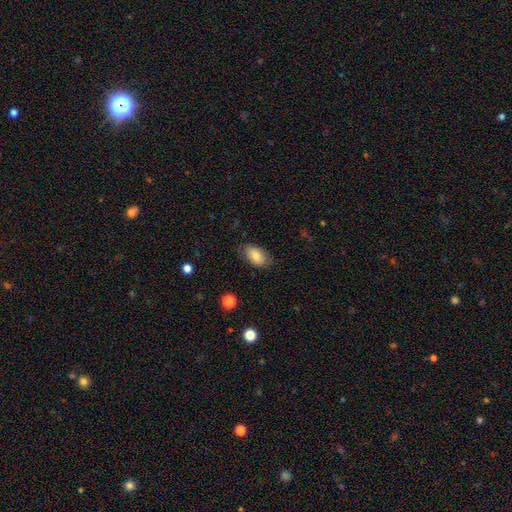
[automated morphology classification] Q: Smooth or featured?
A: smooth (75%); runner-up: featured or disk (17%)
Q: How rounded?
A: in between (92%); runner-up: round (7%)
Q: Merging?
A: none (76%); runner-up: minor disturbance (18%)